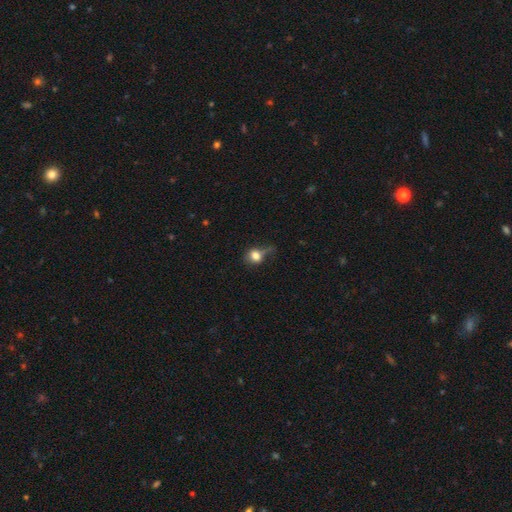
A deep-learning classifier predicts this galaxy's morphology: This appears to be a smooth galaxy with no disk features (73%) that is round (62%). Merging: major disturbance (32%, tied with none).